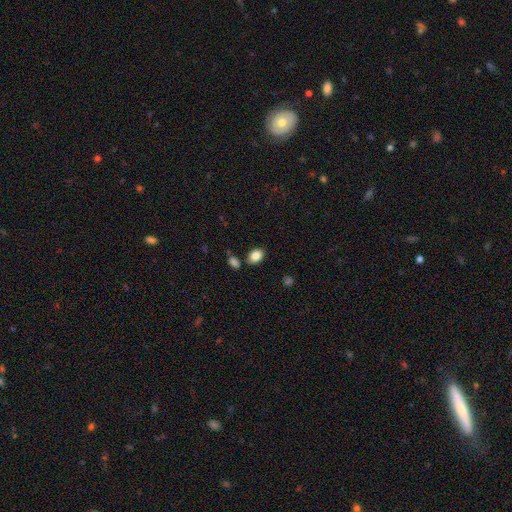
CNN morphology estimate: Smooth or featured? Predicted: smooth (p=0.86). How rounded? Predicted: in between (p=0.78). Merging? Predicted: none (p=0.80).